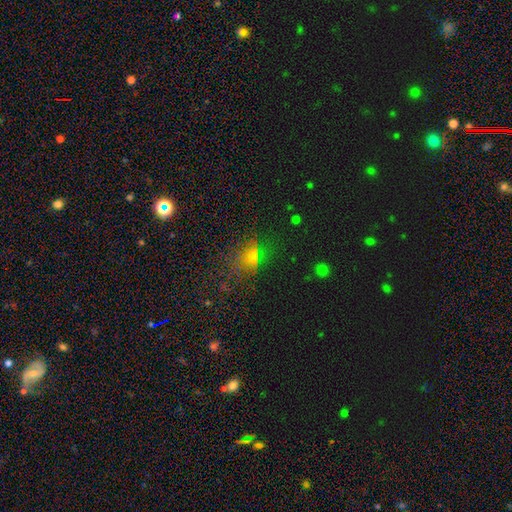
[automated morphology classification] Smooth or featured? smooth (49%)
Merging? none (54%)